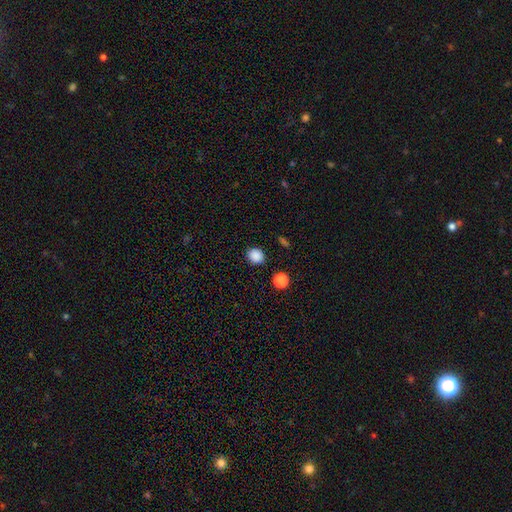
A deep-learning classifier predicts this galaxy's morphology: Smooth or featured: smooth — 87% (star or artifact — 11%)
How rounded: round — 75% (in between — 24%)
Merging: none — 88% (minor disturbance — 7%)